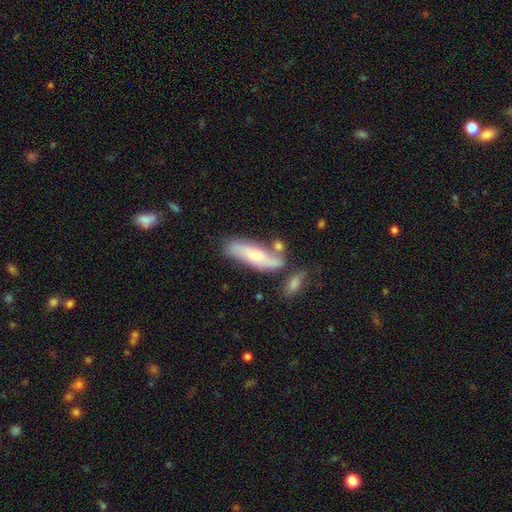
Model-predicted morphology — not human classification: smooth_or_featured: smooth (p=0.49) [alt: featured or disk p=0.44]
merging: none (p=0.53) [alt: minor disturbance p=0.21]